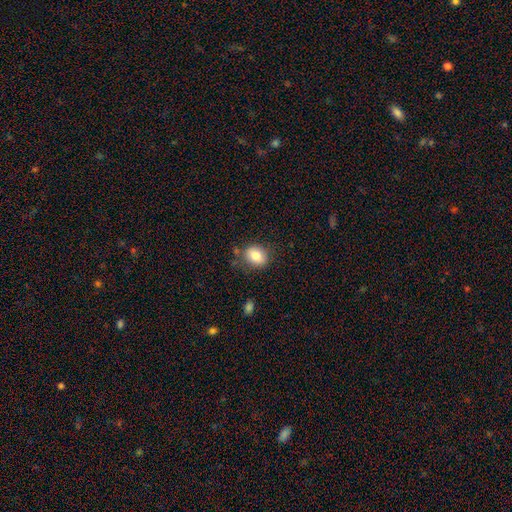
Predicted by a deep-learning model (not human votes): smooth 81%, featured or disk 10%, star or artifact 9%. Down the decision tree: how rounded — in between (51%); merging — none (76%).